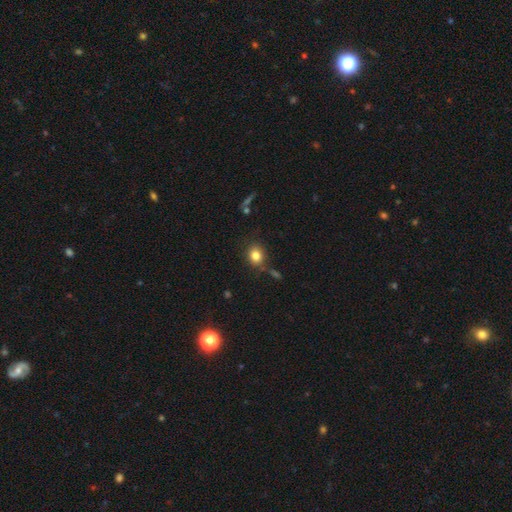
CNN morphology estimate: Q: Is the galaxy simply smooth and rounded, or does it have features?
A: smooth — 82%.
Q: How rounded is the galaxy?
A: round — 66%.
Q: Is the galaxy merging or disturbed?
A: none — 78%.